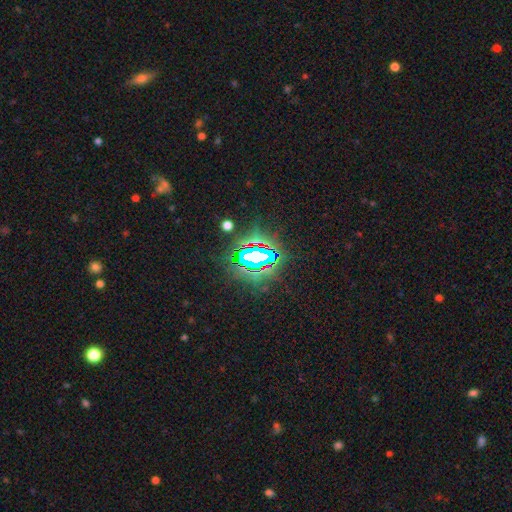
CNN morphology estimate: The model was most divided on "smooth or featured": star or artifact: 75%, smooth: 13%, featured or disk: 11%.